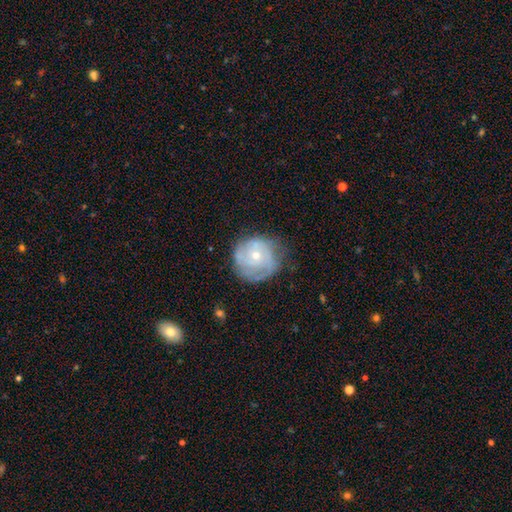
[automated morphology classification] Smooth or featured?
  - featured or disk: 63% *
  - smooth: 30%
  - star or artifact: 7%
Edge-on disk?
  - no: 98% *
  - yes: 2%
Bar?
  - no: 81% *
  - weak: 16%
  - strong: 2%
Spiral arms?
  - yes: 72% *
  - no: 28%
Bulge size?
  - small: 55% *
  - moderate: 41%
  - large: 2%
  - none: 2%
  - dominant: 1%
Merging?
  - none: 63% *
  - minor disturbance: 25%
  - major disturbance: 11%
  - merger: 2%